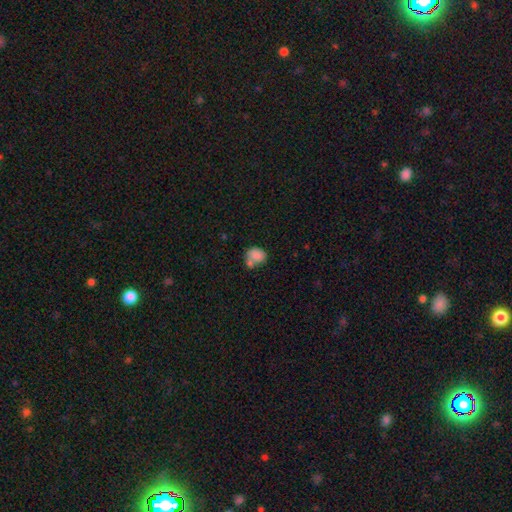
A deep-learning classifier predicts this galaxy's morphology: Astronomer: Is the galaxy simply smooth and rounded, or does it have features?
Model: smooth — 83%.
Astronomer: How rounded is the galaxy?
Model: in between — 50% (runner-up: round, 49%).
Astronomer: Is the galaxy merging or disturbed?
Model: none — 40% (runner-up: merger, 39%).